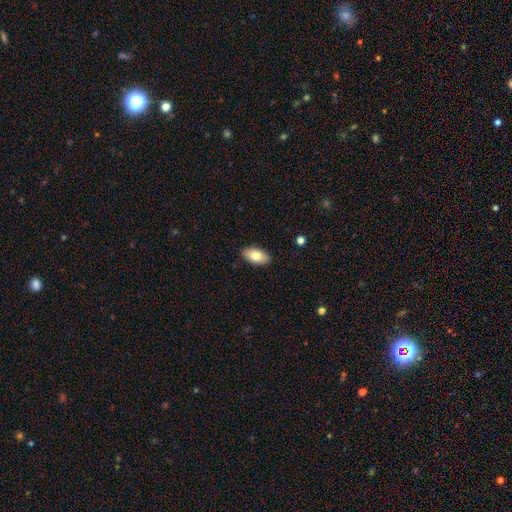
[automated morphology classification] smooth_or_featured: smooth (p=0.81) [alt: featured or disk p=0.13]
how_rounded: in between (p=0.94) [alt: round p=0.03]
merging: none (p=0.89) [alt: minor disturbance p=0.08]